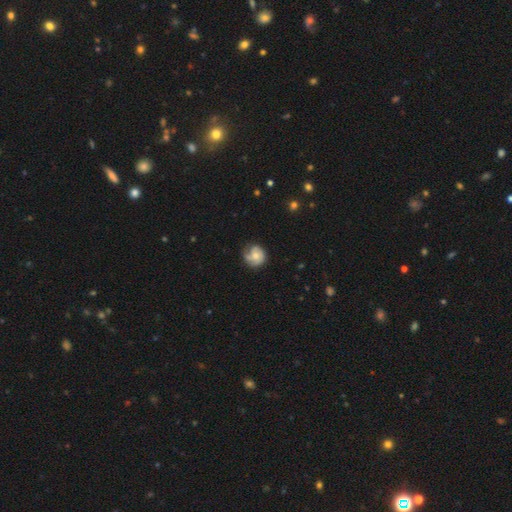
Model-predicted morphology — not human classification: type=featured or disk (54%); edge-on=no (98%); bar=no (75%); spiral arms=yes (85%); bulge=moderate (49%); merging=none (62%).